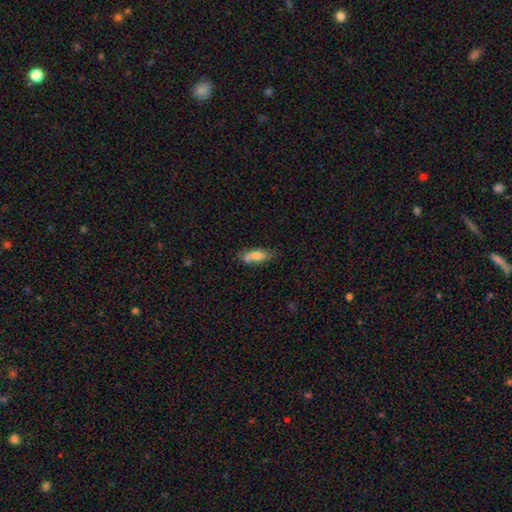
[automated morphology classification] smooth 70%, featured or disk 22%, star or artifact 8%. Down the decision tree: how rounded — in between (70%); merging — none (56%).